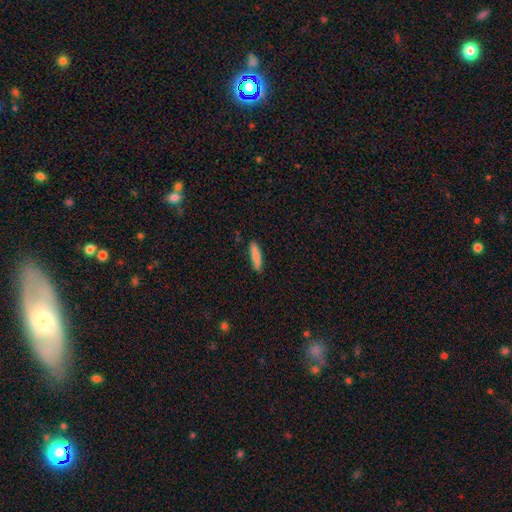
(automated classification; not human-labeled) Q: Smooth or featured?
A: smooth (85%); runner-up: featured or disk (9%)
Q: How rounded?
A: cigar-shaped (83%); runner-up: in between (15%)
Q: Merging?
A: none (86%); runner-up: minor disturbance (10%)